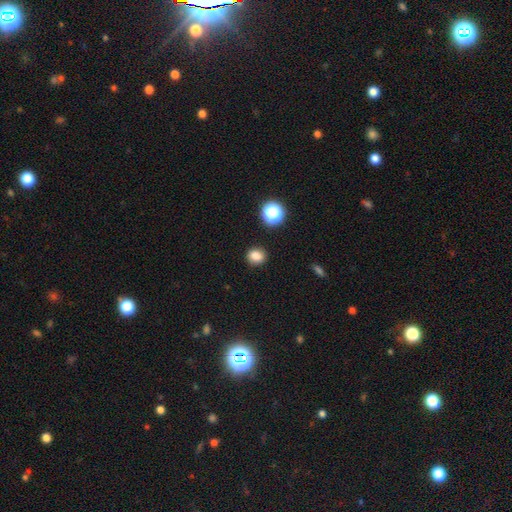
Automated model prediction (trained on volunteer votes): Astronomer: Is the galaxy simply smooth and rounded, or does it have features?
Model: smooth — 82%.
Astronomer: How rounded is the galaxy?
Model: round — 70%.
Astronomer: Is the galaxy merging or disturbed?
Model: none — 89%.